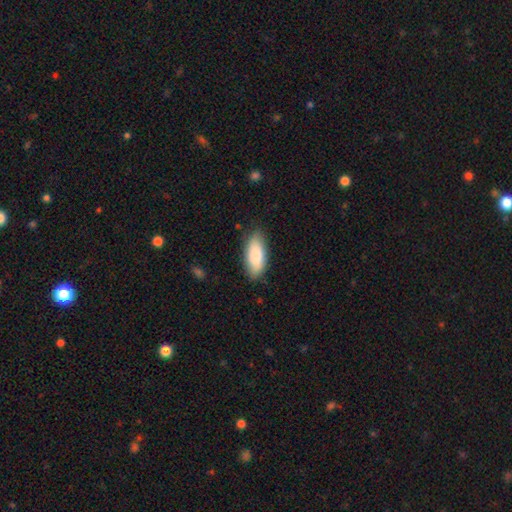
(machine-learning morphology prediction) Smooth or featured: smooth — 82% (featured or disk — 12%)
How rounded: in between — 83% (cigar-shaped — 15%)
Merging: none — 82% (minor disturbance — 14%)